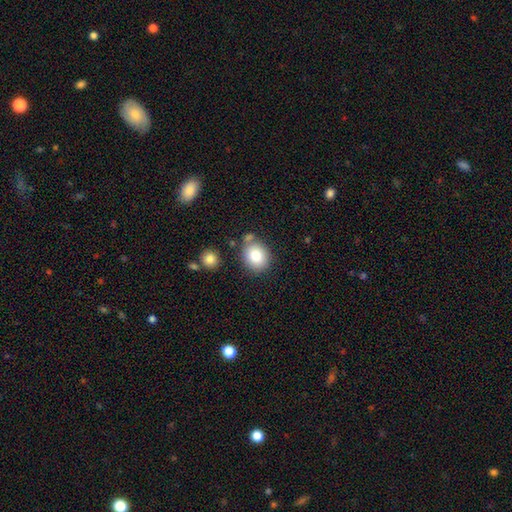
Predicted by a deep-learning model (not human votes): Smooth or featured? smooth (82%)
How rounded? round (62%)
Merging? none (70%)